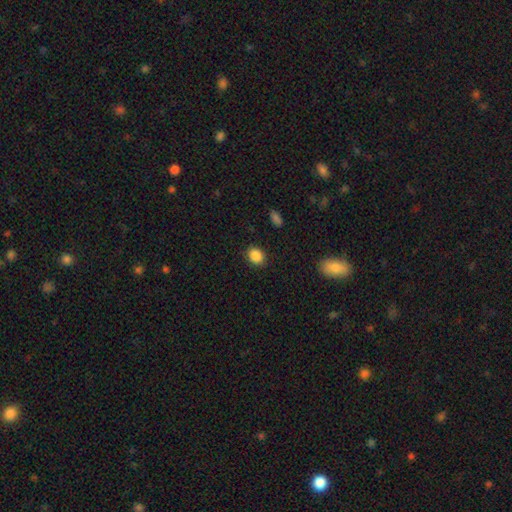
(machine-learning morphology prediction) Smooth or featured? smooth (88%)
How rounded? round (52%)
Merging? none (88%)